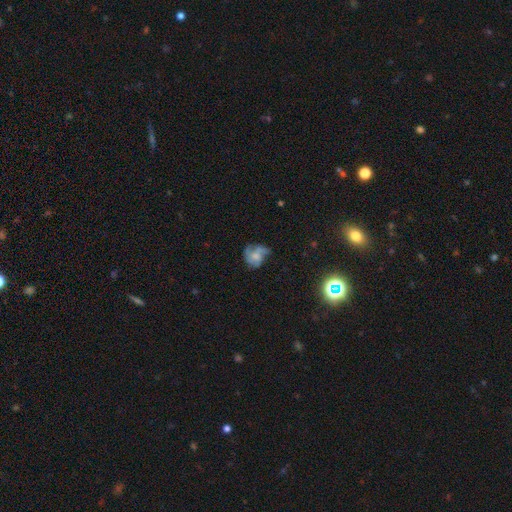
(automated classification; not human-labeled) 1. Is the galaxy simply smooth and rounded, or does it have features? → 51% featured or disk, 36% smooth, 12% star or artifact.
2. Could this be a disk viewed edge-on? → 97% no, 3% yes.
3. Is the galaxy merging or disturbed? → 43% none, 26% minor disturbance, 26% major disturbance, 6% merger.